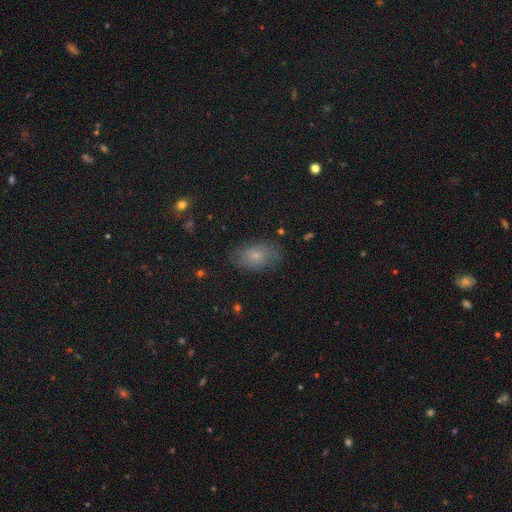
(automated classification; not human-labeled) smooth-or-featured: smooth: 60% | featured or disk: 27% | star or artifact: 13%
  how-rounded: in between: 87% | round: 10% | cigar-shaped: 2%
  merging: none: 76% | minor disturbance: 18% | major disturbance: 6% | merger: 1%